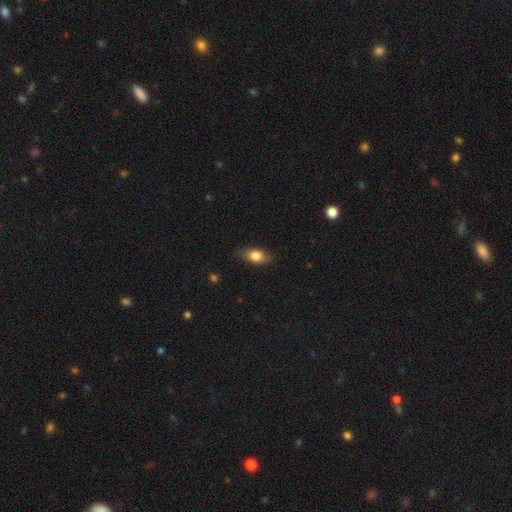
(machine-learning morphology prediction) smooth_or_featured: smooth (p=0.80) [alt: featured or disk p=0.13]
how_rounded: in between (p=0.86) [alt: round p=0.07]
merging: none (p=0.81) [alt: minor disturbance p=0.15]